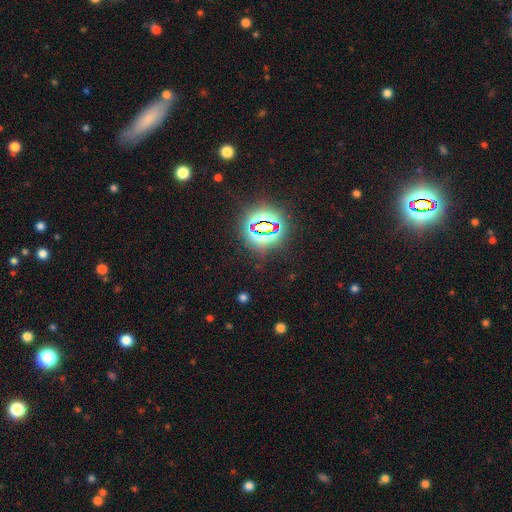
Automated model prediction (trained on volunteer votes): smooth-or-featured: star or artifact: 79% | smooth: 13% | featured or disk: 8%